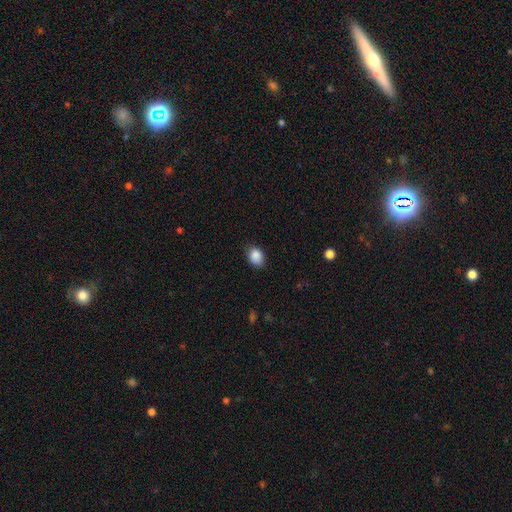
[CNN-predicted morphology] smooth-or-featured: smooth: 88% | star or artifact: 8% | featured or disk: 3%
  how-rounded: in between: 62% | round: 37% | cigar-shaped: 1%
  merging: none: 81% | minor disturbance: 15% | major disturbance: 3% | merger: 1%